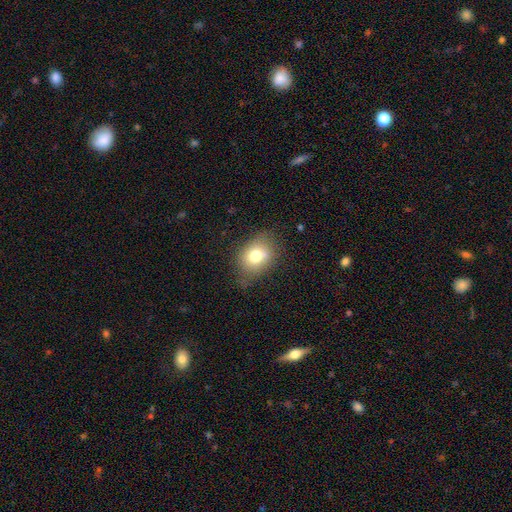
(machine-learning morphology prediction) This is likely a smooth galaxy (72%). How rounded: possibly in between (58%). Merging: likely none (61%).